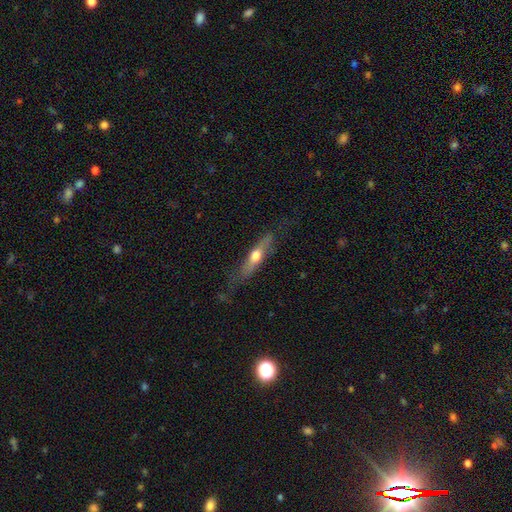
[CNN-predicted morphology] This is possibly a featured or disk galaxy (49%). Merging: likely none (69%).